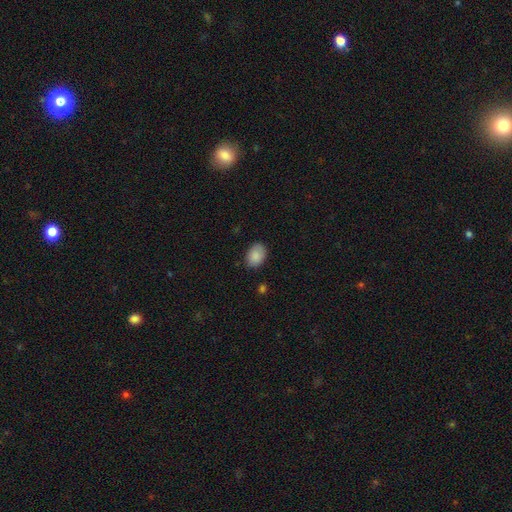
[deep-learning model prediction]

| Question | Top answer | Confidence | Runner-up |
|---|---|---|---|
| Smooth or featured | smooth | 87% | star or artifact (7%) |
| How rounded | in between | 78% | round (22%) |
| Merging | none | 82% | minor disturbance (14%) |